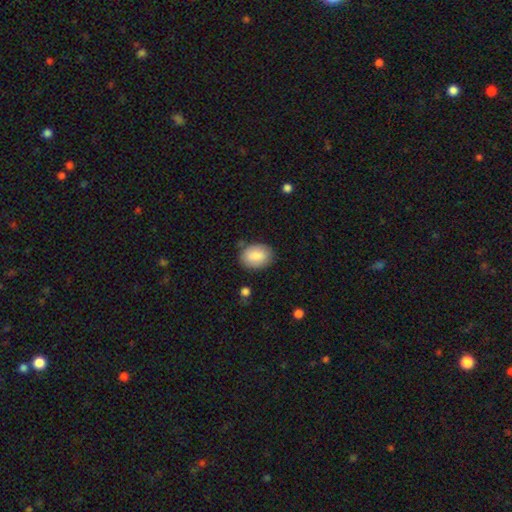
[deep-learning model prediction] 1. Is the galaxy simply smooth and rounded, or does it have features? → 86% smooth, 8% featured or disk, 7% star or artifact.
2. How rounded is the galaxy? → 77% in between, 22% round, 1% cigar-shaped.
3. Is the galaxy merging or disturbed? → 79% none, 15% minor disturbance, 3% major disturbance, 3% merger.